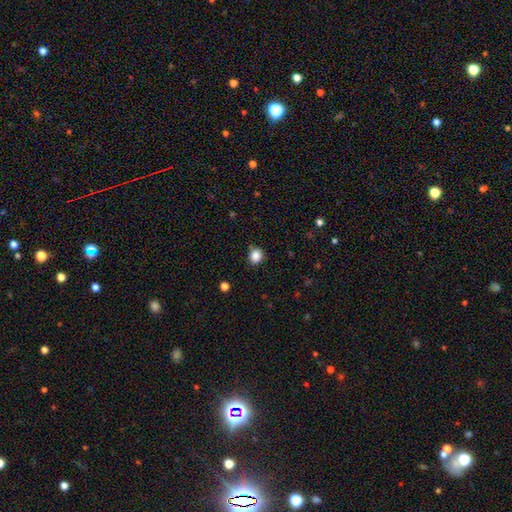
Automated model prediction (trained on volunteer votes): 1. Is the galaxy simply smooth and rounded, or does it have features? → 86% smooth, 11% star or artifact, 4% featured or disk.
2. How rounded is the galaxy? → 76% round, 23% in between, 1% cigar-shaped.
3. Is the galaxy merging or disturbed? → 77% none, 17% minor disturbance, 4% major disturbance, 2% merger.